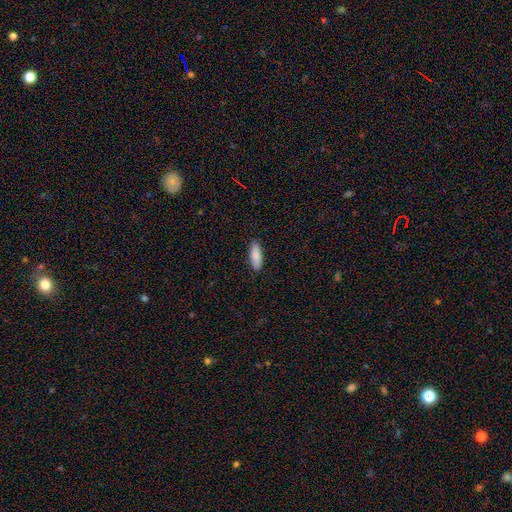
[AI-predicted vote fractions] The model was most divided on "how rounded": in between: 65%, cigar-shaped: 33%, round: 2%. More confident: merging — none (89%); smooth or featured — smooth (89%).